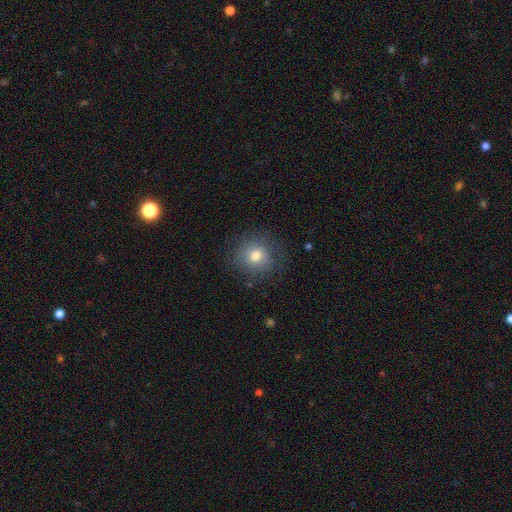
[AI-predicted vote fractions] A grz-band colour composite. It shows a smooth galaxy with no disk features (76%) that is round (89%). Merging: none (81%).